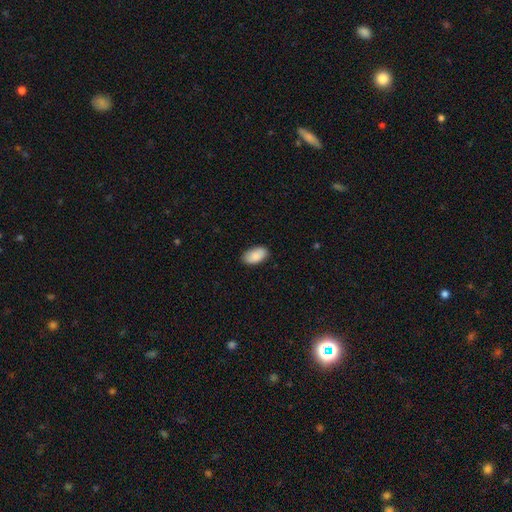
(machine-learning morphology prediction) The model was most divided on "merging": none: 87%, minor disturbance: 10%, major disturbance: 2%, merger: 1%. More confident: how rounded — in between (96%); smooth or featured — smooth (90%).